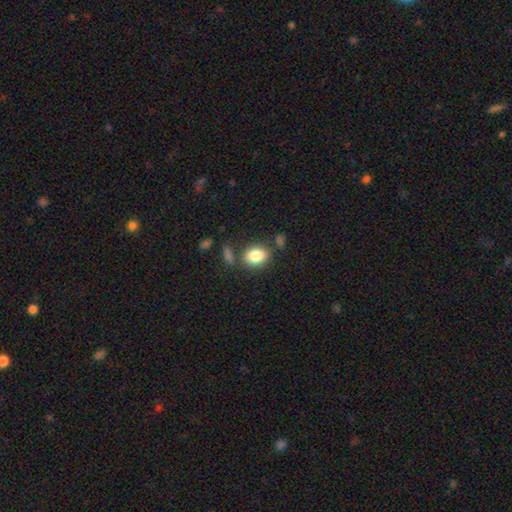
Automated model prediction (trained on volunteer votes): Morphology: type=smooth (83%); roundness=in between (57%); merging=none (72%).